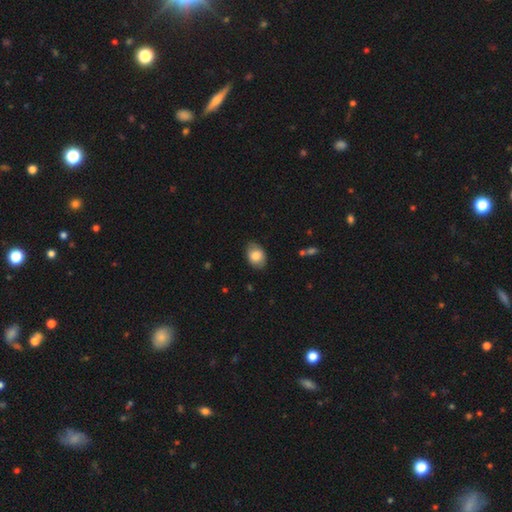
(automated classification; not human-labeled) smooth 82%, featured or disk 11%, star or artifact 7%. Down the decision tree: how rounded — in between (80%); merging — none (82%).